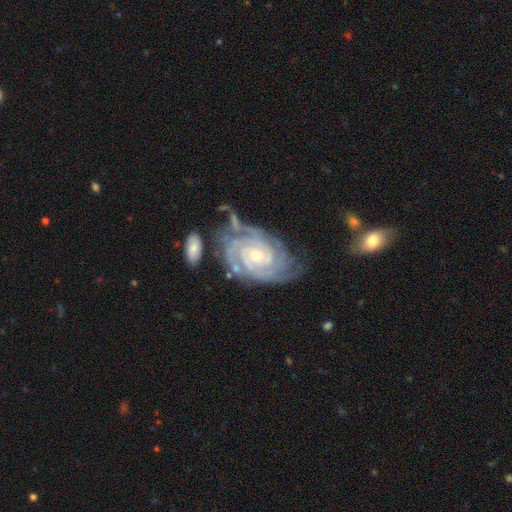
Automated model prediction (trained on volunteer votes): Morphology: type=featured or disk (91%); edge-on=no (97%); bar=no (67%); spiral arms=yes (98%); winding=tight (79%); arm count=3 (24%); bulge=small (65%); merging=none (59%).